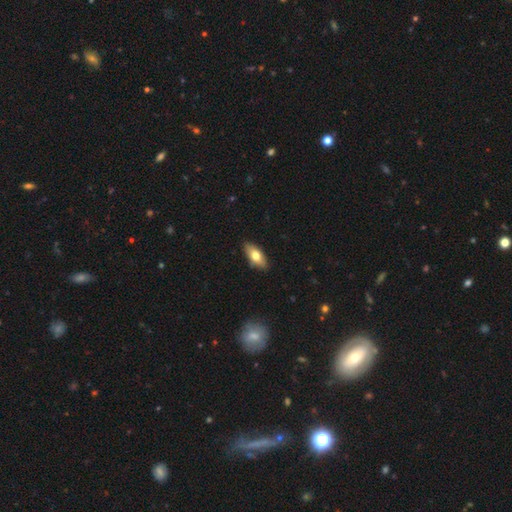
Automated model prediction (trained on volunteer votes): A smooth galaxy with no disk features (68%) that is in between round and cigar-shaped (80%). Merging: none (87%).